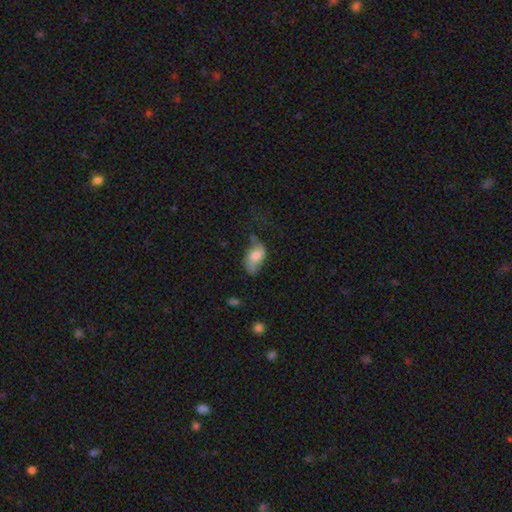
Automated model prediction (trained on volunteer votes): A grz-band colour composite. It shows a smooth galaxy with no disk features (58%) that is in between round and cigar-shaped (92%). Merging: none (47%).